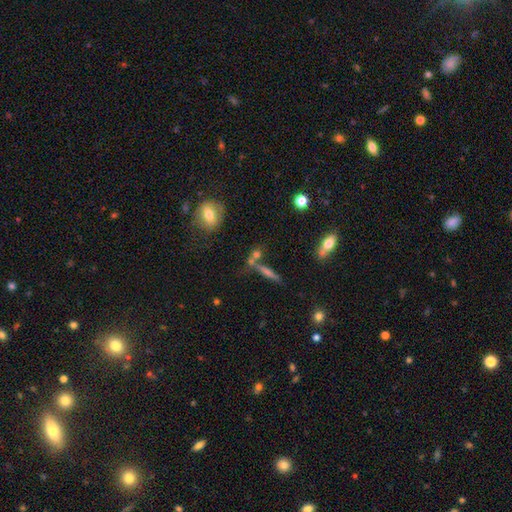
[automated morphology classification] This is marginally a smooth galaxy (41%). Merging: likely none (63%).